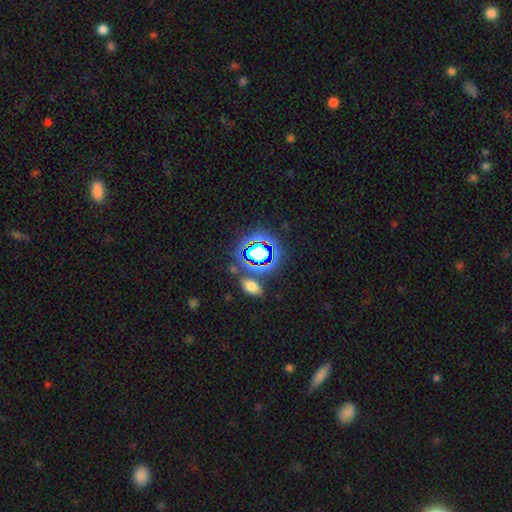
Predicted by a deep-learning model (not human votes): This appears to be a star or artifact, not a galaxy (70%).